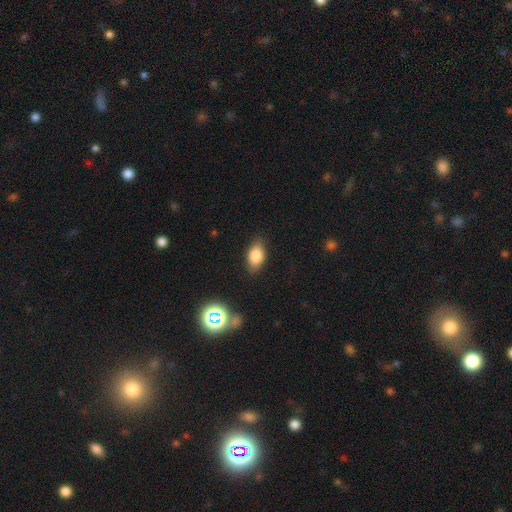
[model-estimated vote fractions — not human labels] Smooth or featured? Predicted: smooth (p=0.81). How rounded? Predicted: in between (p=0.89). Merging? Predicted: none (p=0.82).